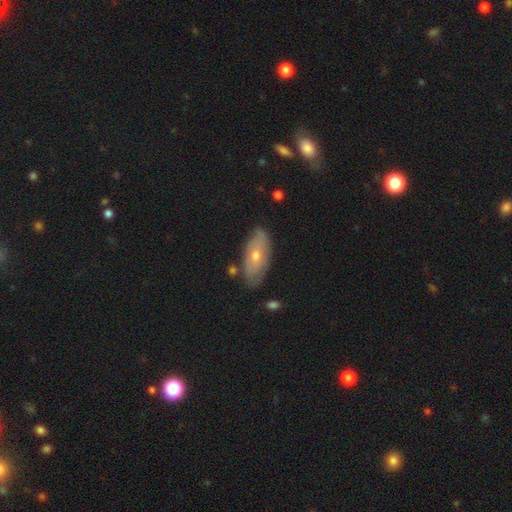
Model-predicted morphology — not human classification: Q: Smooth or featured?
A: smooth (48%); runner-up: featured or disk (44%)
Q: Merging?
A: none (78%); runner-up: minor disturbance (16%)